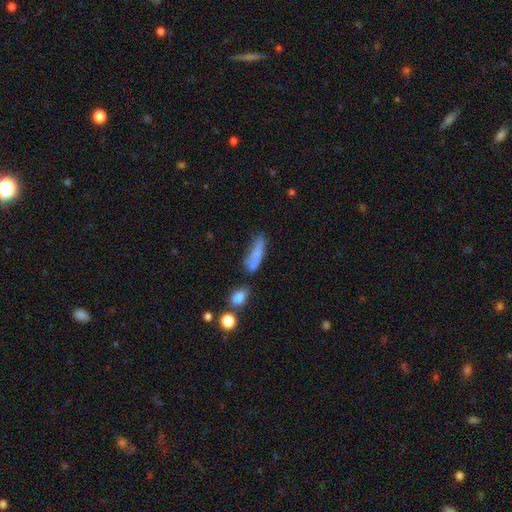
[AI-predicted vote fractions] Smooth or featured? Predicted: smooth (p=0.72). How rounded? Predicted: cigar-shaped (p=0.57). Merging? Predicted: none (p=0.45).